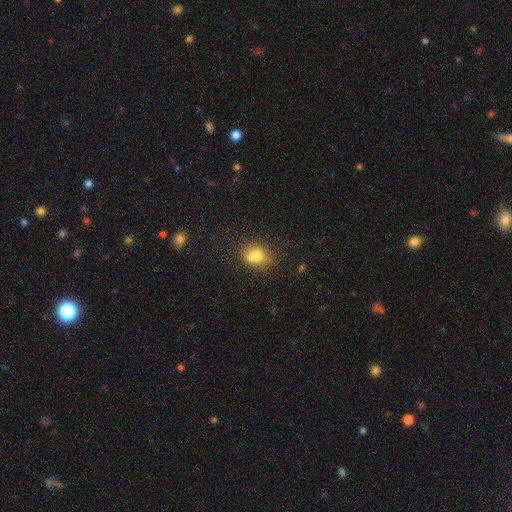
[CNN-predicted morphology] Overall: smooth (70%). How rounded: in between (51%; round 47%). Merging: merger (41%; none 37%).